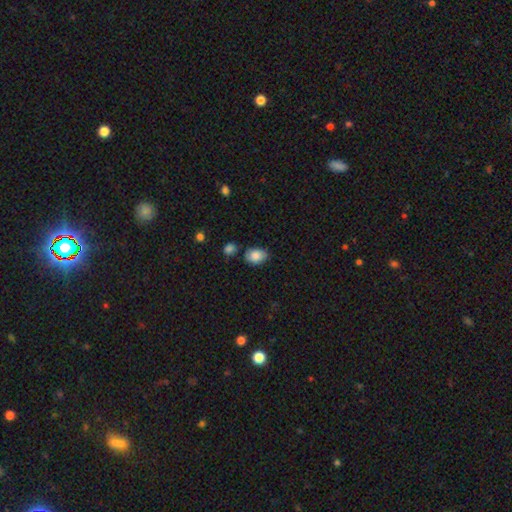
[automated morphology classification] This appears to be a smooth galaxy with no disk features (84%) that is in between round and cigar-shaped (81%). Merging: none (72%).